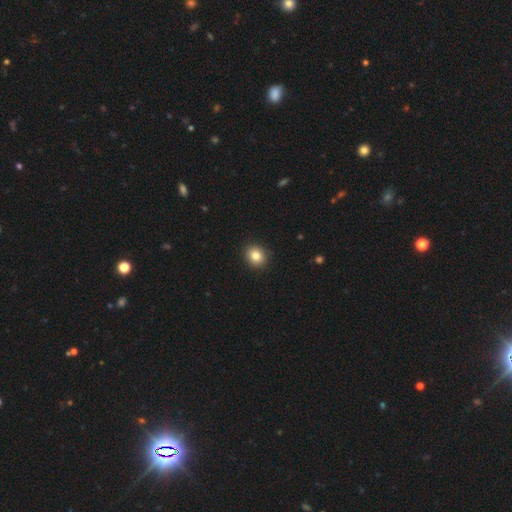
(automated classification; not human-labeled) Q: Smooth or featured?
A: smooth (84%); runner-up: star or artifact (10%)
Q: How rounded?
A: round (74%); runner-up: in between (25%)
Q: Merging?
A: none (91%); runner-up: minor disturbance (6%)